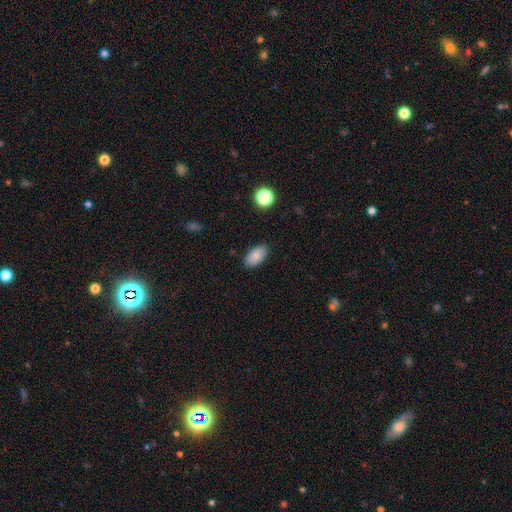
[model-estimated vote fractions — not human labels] This is clearly a smooth galaxy (85%). How rounded: clearly in between (94%). Merging: clearly none (87%).